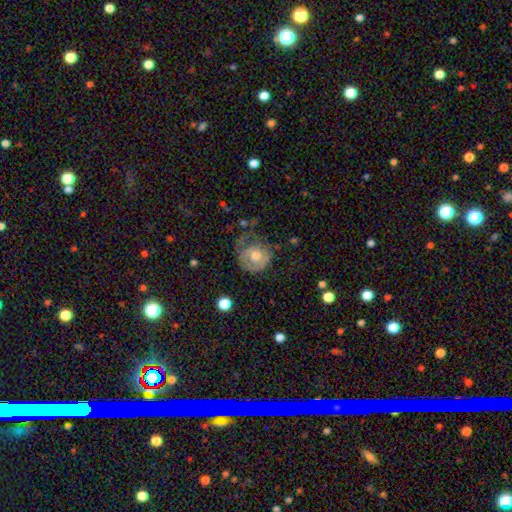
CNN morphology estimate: A featured or disk galaxy (47%).

Vote fractions:
- Smooth or featured? featured or disk: 47% / smooth: 45% / star or artifact: 8%
- Merging? none: 41% / minor disturbance: 29% / major disturbance: 28% / merger: 3%